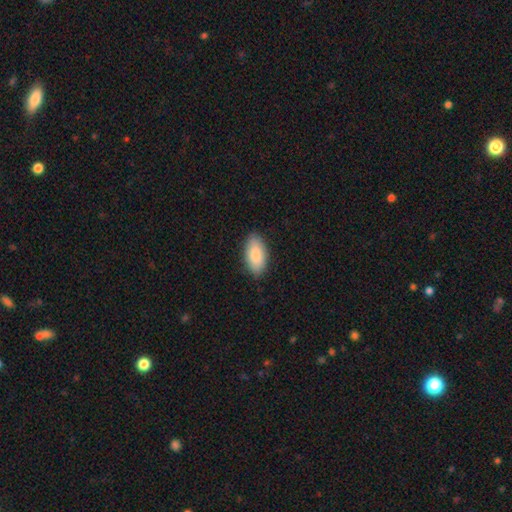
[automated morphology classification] Smooth or featured: smooth — 85% (featured or disk — 9%)
How rounded: in between — 93% (cigar-shaped — 4%)
Merging: none — 86% (minor disturbance — 11%)